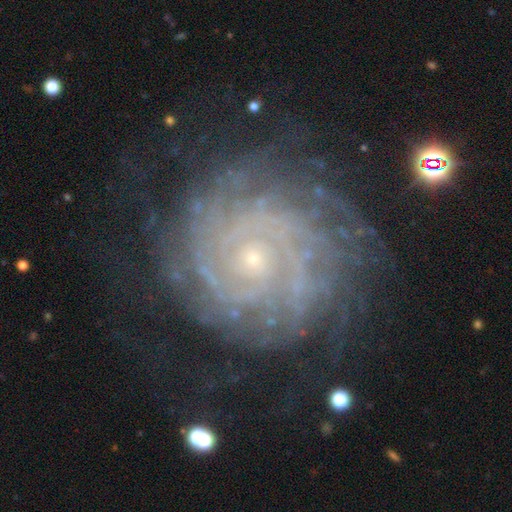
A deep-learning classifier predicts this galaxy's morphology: Smooth or featured? featured or disk (87%)
Edge-on disk? no (98%)
Bar? no (80%)
Spiral arms? yes (97%)
Spiral winding? tight (84%)
Spiral arm count? can't tell (33%)
Bulge size? small (83%)
Merging? none (75%)